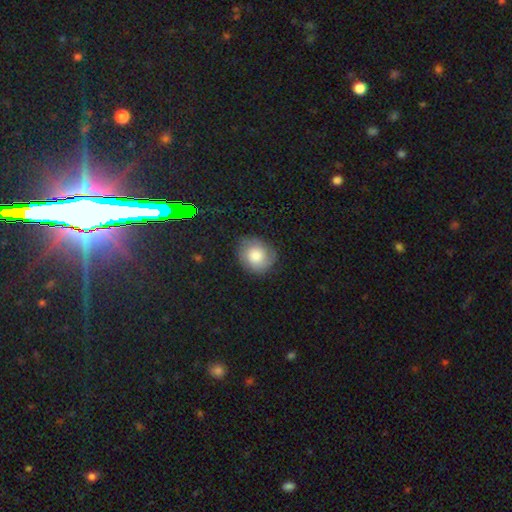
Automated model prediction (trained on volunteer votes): Smooth or featured: smooth — 73% (featured or disk — 18%)
How rounded: round — 75% (in between — 24%)
Merging: none — 79% (minor disturbance — 15%)